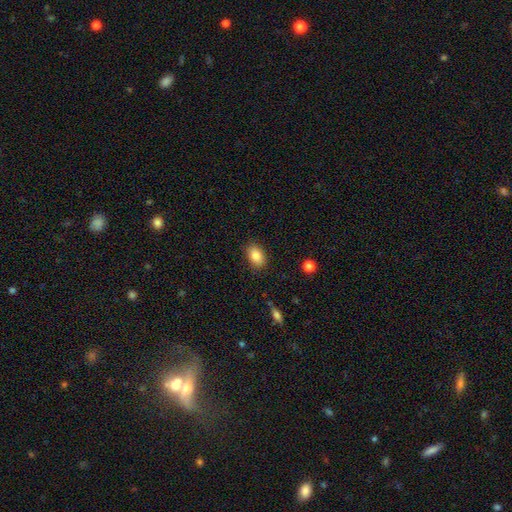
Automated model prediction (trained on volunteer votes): Smooth or featured? smooth (85%)
How rounded? in between (85%)
Merging? none (86%)